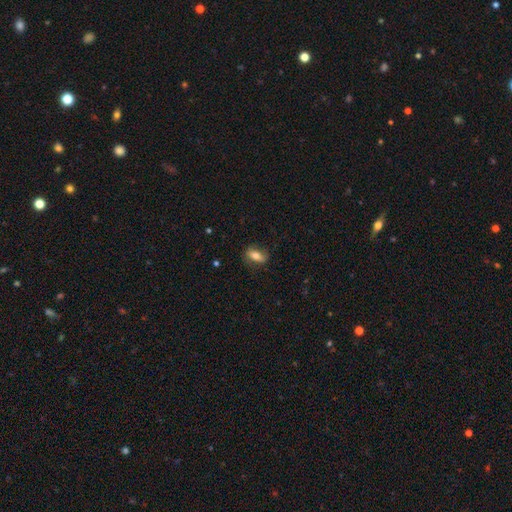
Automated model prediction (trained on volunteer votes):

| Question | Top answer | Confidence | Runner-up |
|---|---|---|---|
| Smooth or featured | smooth | 66% | featured or disk (26%) |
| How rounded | in between | 78% | cigar-shaped (14%) |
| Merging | none | 77% | minor disturbance (17%) |